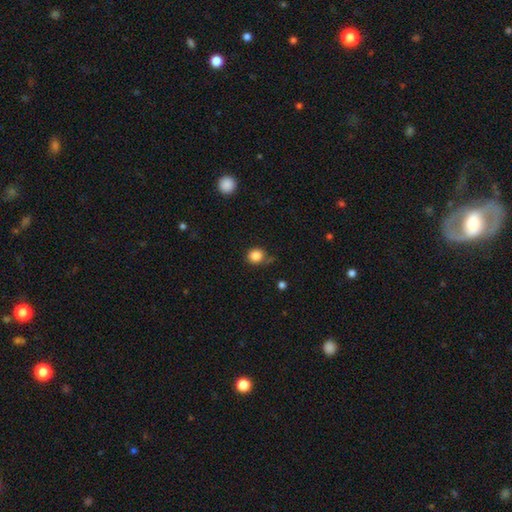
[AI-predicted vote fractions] A smooth galaxy with no disk features (85%) that is round (84%).

Vote fractions:
- Smooth or featured? smooth: 85% / star or artifact: 11% / featured or disk: 4%
- How rounded? round: 84% / in between: 15% / cigar-shaped: 1%
- Merging? none: 73% / minor disturbance: 17% / major disturbance: 5% / merger: 5%